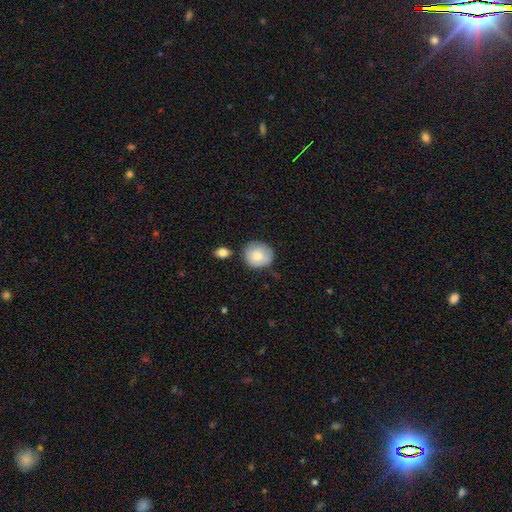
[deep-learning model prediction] Q: Smooth or featured?
A: smooth (81%); runner-up: featured or disk (12%)
Q: How rounded?
A: round (86%); runner-up: in between (13%)
Q: Merging?
A: none (70%); runner-up: minor disturbance (20%)